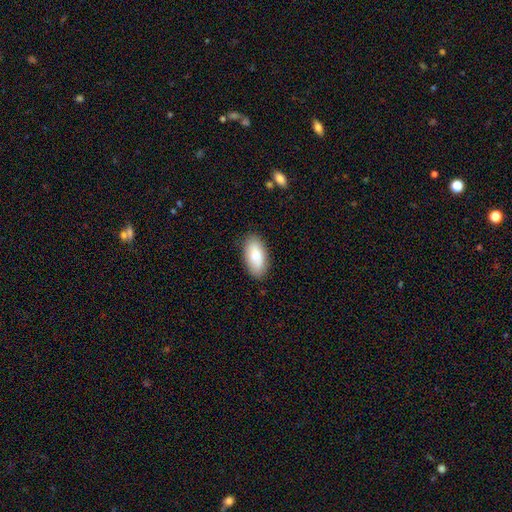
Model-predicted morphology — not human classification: smooth_or_featured: smooth (p=0.83) [alt: featured or disk p=0.11]
how_rounded: in between (p=0.92) [alt: cigar-shaped p=0.05]
merging: none (p=0.86) [alt: minor disturbance p=0.11]